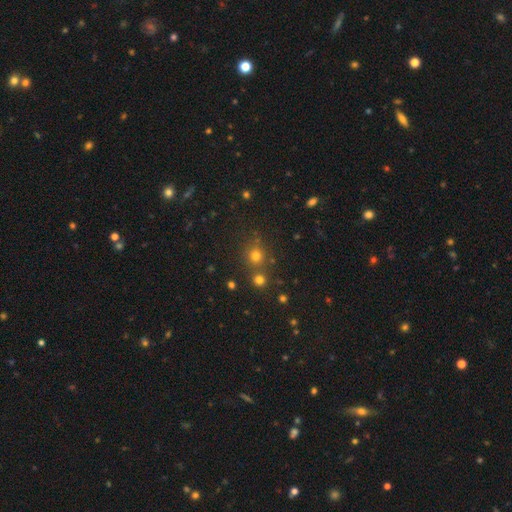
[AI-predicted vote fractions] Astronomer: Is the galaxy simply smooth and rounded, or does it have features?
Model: smooth — 73%.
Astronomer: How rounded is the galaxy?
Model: round — 89%.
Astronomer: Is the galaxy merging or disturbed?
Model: none — 73%.